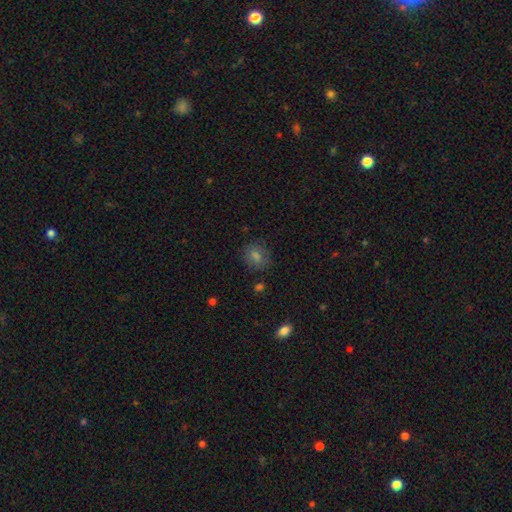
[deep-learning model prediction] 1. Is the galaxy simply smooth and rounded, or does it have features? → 72% smooth, 17% star or artifact, 11% featured or disk.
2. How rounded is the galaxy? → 65% round, 34% in between, 1% cigar-shaped.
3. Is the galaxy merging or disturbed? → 83% none, 12% minor disturbance, 3% major disturbance, 2% merger.